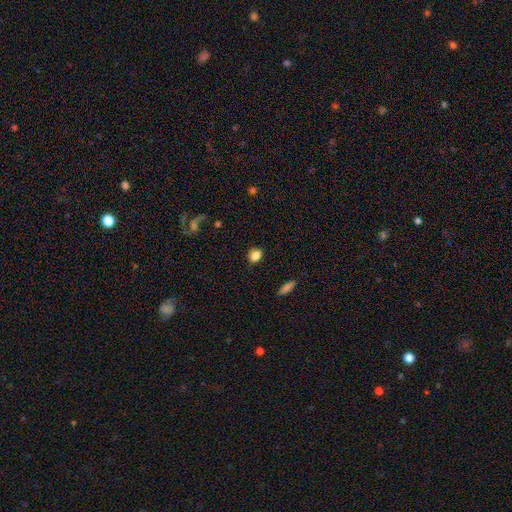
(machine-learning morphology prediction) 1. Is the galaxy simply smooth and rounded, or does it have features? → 84% smooth, 10% star or artifact, 6% featured or disk.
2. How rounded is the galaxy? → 52% round, 47% in between, 2% cigar-shaped.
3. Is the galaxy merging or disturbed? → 83% none, 12% minor disturbance, 3% major disturbance, 2% merger.